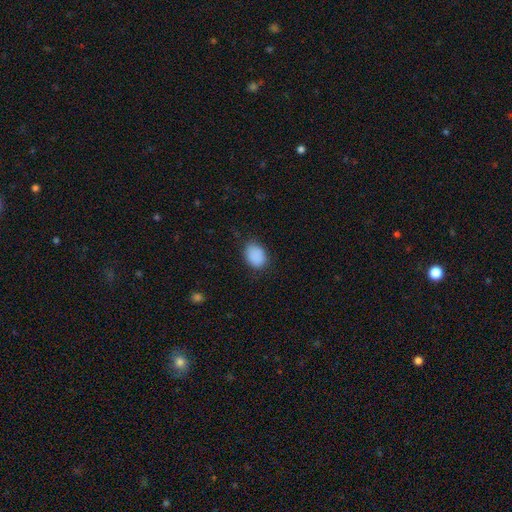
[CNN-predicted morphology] Smooth or featured? smooth (89%)
How rounded? in between (69%)
Merging? none (77%)